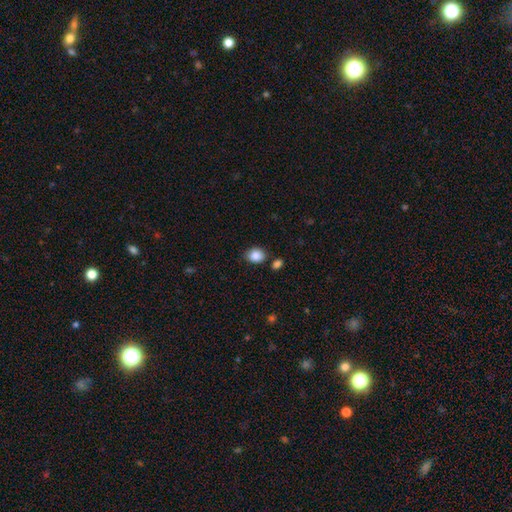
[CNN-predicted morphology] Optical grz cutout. It shows a smooth galaxy with no disk features (88%) that is round (50%). Merging: none (75%).